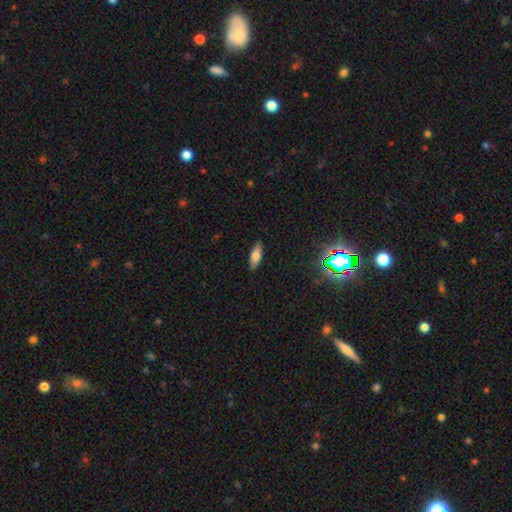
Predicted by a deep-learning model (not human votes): Morphology: type=smooth (64%); roundness=in between (62%); merging=none (88%).